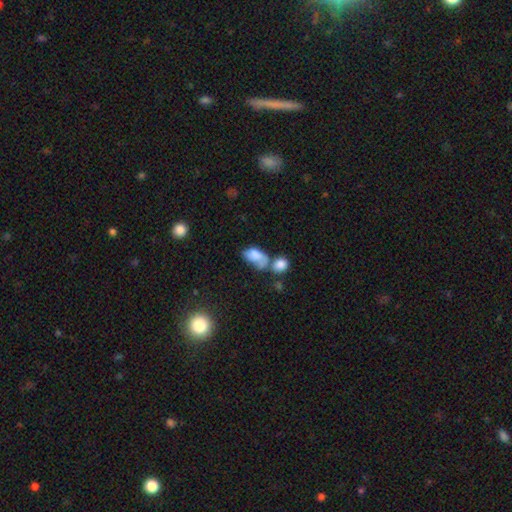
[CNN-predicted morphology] smooth 71%, featured or disk 20%, star or artifact 9%. Down the decision tree: how rounded — in between (88%); merging — merger (43%).